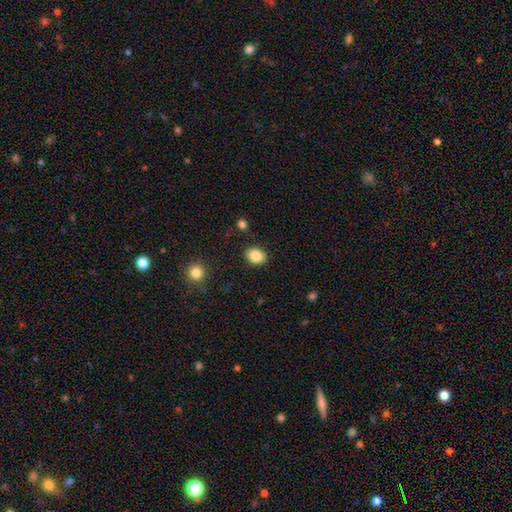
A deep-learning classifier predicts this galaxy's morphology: The model was most divided on "how rounded": in between: 65%, round: 34%, cigar-shaped: 1%. More confident: merging — none (88%); smooth or featured — smooth (87%).